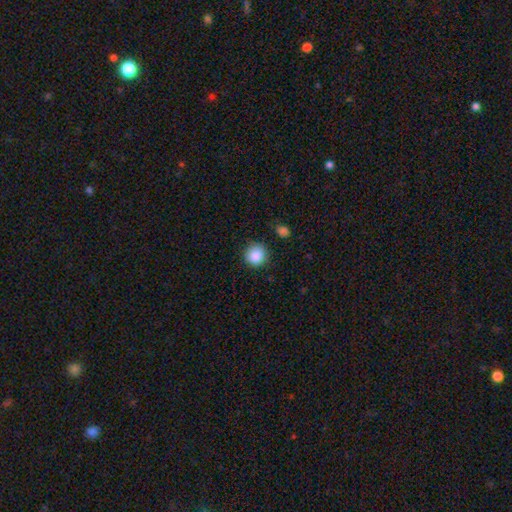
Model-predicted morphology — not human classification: type=smooth (88%); roundness=round (92%); merging=none (85%).